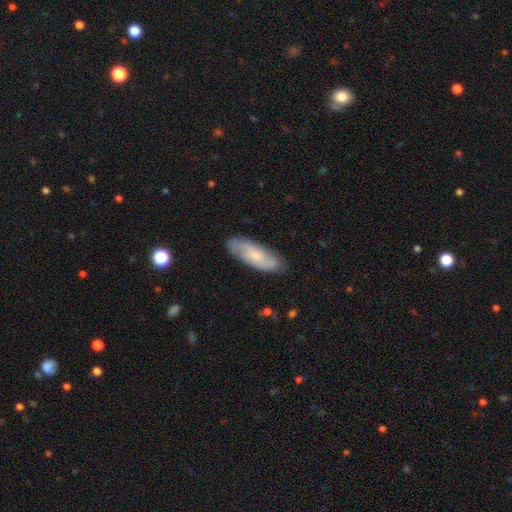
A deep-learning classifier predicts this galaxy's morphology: Smooth or featured: smooth — 53% (featured or disk — 40%)
How rounded: in between — 64% (cigar-shaped — 34%)
Merging: none — 82% (minor disturbance — 14%)